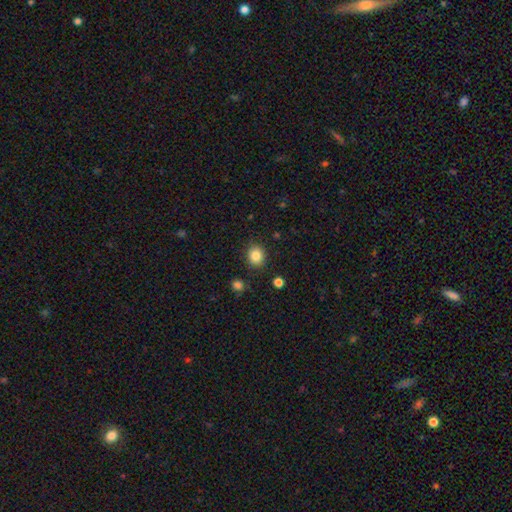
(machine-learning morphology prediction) This appears to be a smooth galaxy with no disk features (85%) that is round (74%). Merging: none (86%).